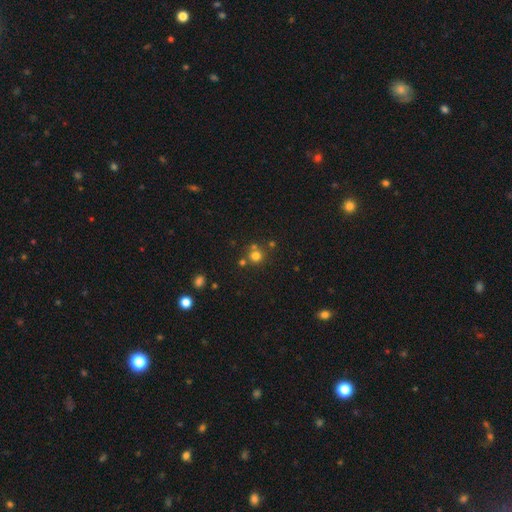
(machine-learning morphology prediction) A smooth galaxy with no disk features (72%) that is round (91%).

Vote fractions:
- Smooth or featured? smooth: 72% / star or artifact: 19% / featured or disk: 9%
- How rounded? round: 91% / in between: 8% / cigar-shaped: 1%
- Merging? none: 67% / merger: 21% / minor disturbance: 8% / major disturbance: 3%